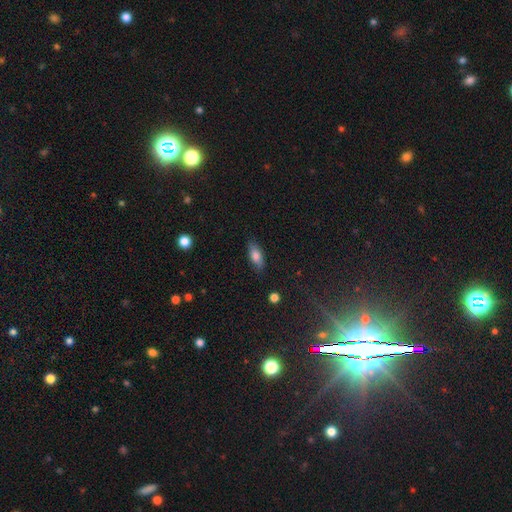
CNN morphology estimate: Smooth or featured? smooth (78%)
How rounded? in between (79%)
Merging? none (81%)